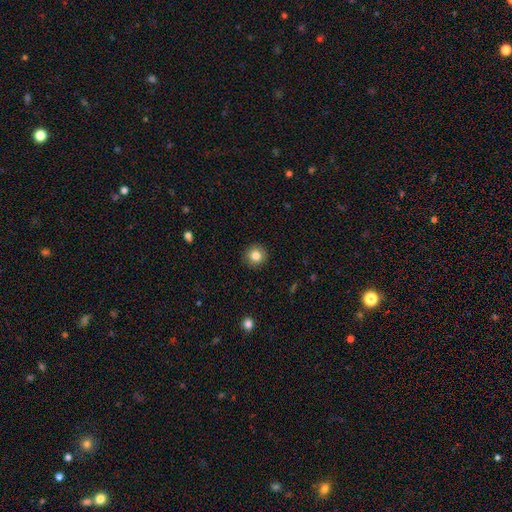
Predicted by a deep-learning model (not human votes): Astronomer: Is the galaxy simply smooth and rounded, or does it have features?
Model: smooth — 83%.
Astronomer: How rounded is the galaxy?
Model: round — 94%.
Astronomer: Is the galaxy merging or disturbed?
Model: none — 92%.